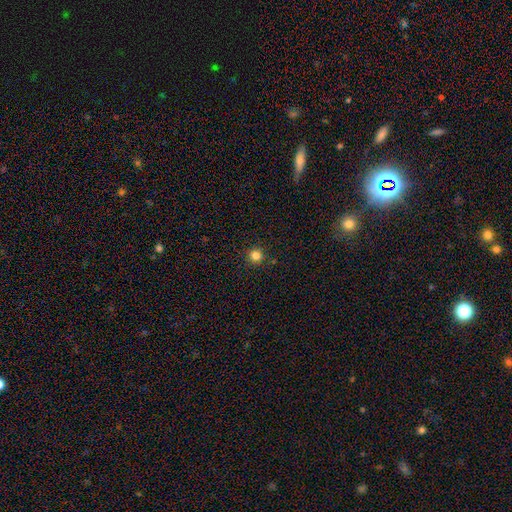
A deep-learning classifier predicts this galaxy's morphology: This appears to be a smooth galaxy with no disk features (82%) that is round (96%). Merging: none (91%).